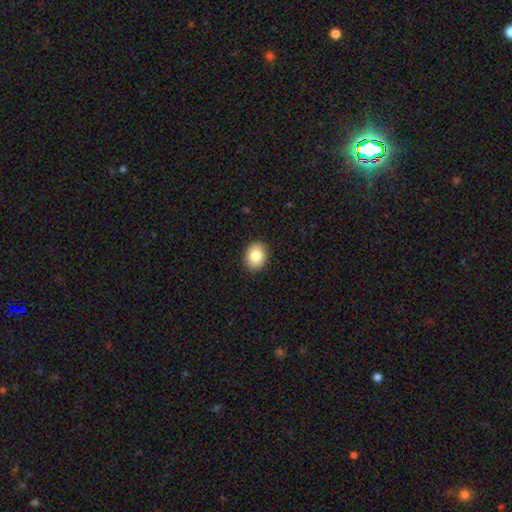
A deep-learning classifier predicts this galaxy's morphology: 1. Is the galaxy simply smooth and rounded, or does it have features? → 84% smooth, 8% star or artifact, 8% featured or disk.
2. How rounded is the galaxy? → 52% in between, 47% round, 1% cigar-shaped.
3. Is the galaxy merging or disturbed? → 91% none, 7% minor disturbance, 2% major disturbance, 1% merger.